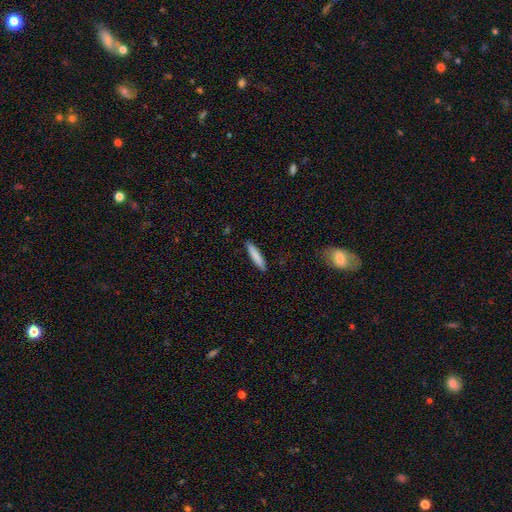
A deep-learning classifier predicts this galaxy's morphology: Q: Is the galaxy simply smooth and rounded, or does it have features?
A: smooth — 84%.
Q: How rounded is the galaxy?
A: cigar-shaped — 87%.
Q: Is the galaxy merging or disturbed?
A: none — 89%.